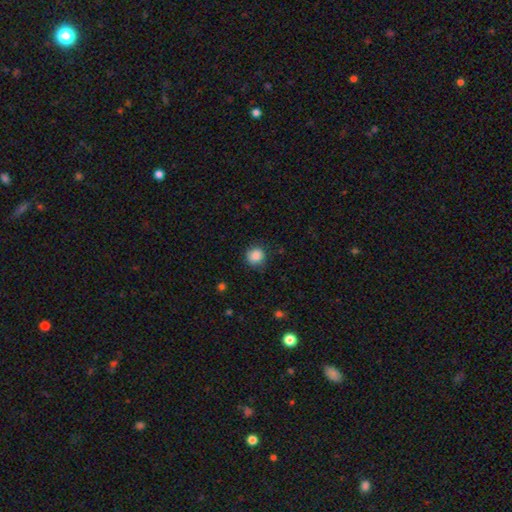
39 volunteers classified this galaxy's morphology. Smooth or featured? 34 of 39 (87%) said smooth. How rounded? 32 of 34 (94%) said round. Merging? 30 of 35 (86%) said none.